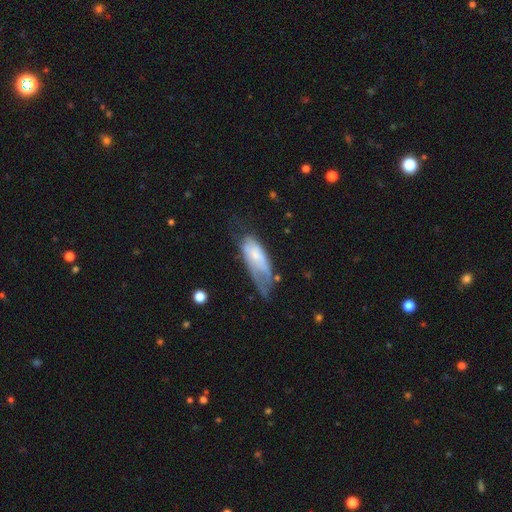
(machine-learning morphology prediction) smooth 46% (tied), featured or disk 46% (tied), star or artifact 7%. Down the decision tree: merging — major disturbance (37%).